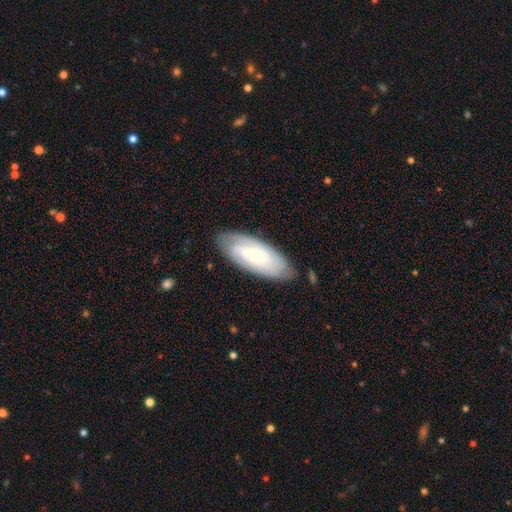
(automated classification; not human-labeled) A featured or disk galaxy (57%). Merging: none (78%).